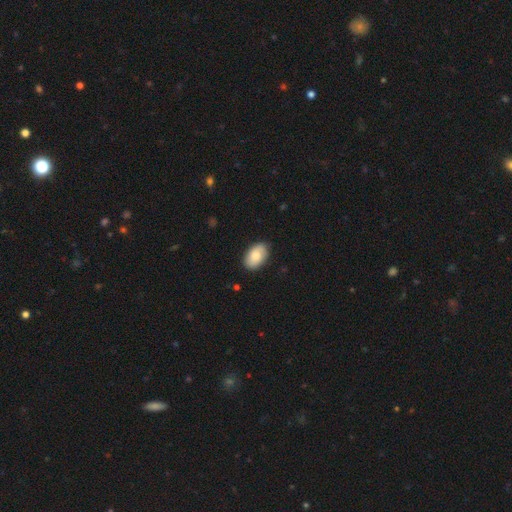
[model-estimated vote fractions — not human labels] smooth 79%, featured or disk 15%, star or artifact 6%. Down the decision tree: how rounded — in between (92%); merging — none (85%).